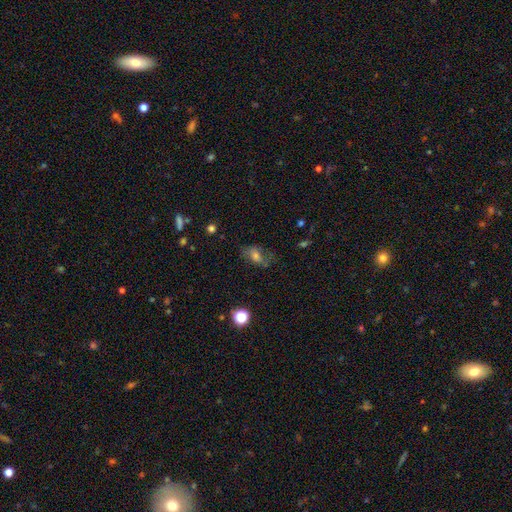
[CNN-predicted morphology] type=smooth (47%); merging=none (60%).